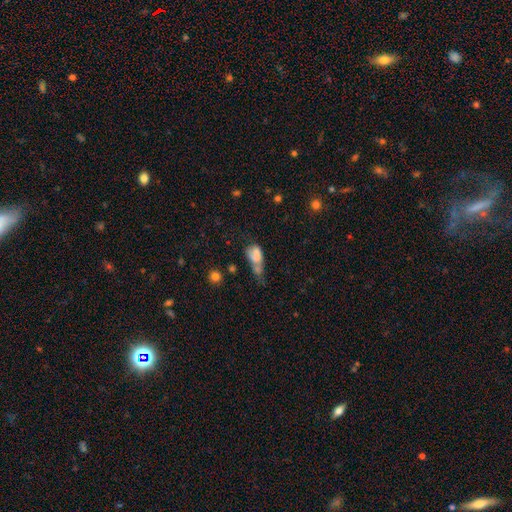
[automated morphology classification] Smooth or featured?
  - smooth: 68% *
  - featured or disk: 20%
  - star or artifact: 12%
How rounded?
  - in between: 80% *
  - round: 15%
  - cigar-shaped: 5%
Merging?
  - merger: 35% *
  - major disturbance: 28%
  - minor disturbance: 21%
  - none: 16%